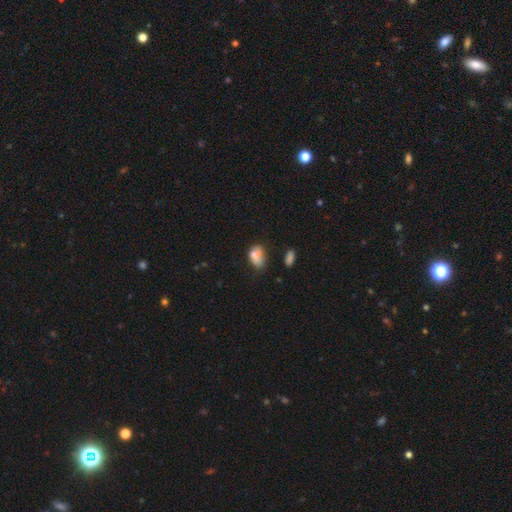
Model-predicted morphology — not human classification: smooth-or-featured: smooth: 76% | featured or disk: 14% | star or artifact: 10%
  how-rounded: in between: 84% | round: 13% | cigar-shaped: 2%
  merging: none: 36% | minor disturbance: 33% | merger: 16% | major disturbance: 15%